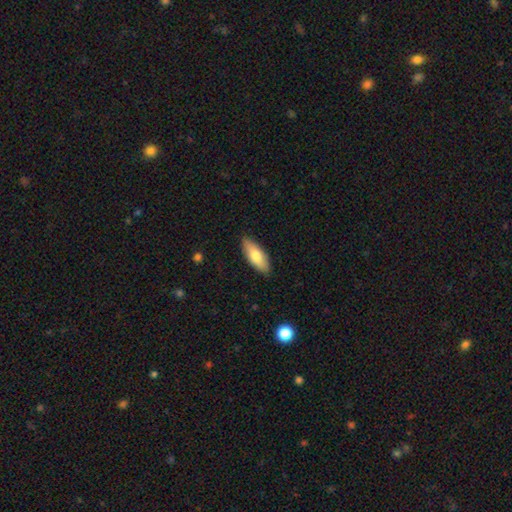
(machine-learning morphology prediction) Smooth or featured? Predicted: smooth (p=0.75). How rounded? Predicted: in between (p=0.76). Merging? Predicted: none (p=0.88).